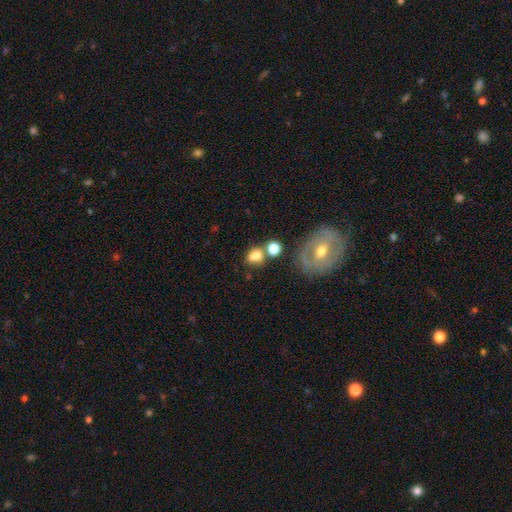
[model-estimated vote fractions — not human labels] smooth-or-featured: smooth: 72% | featured or disk: 15% | star or artifact: 13%
  how-rounded: in between: 59% | round: 39% | cigar-shaped: 2%
  merging: none: 41% | merger: 33% | minor disturbance: 15% | major disturbance: 10%